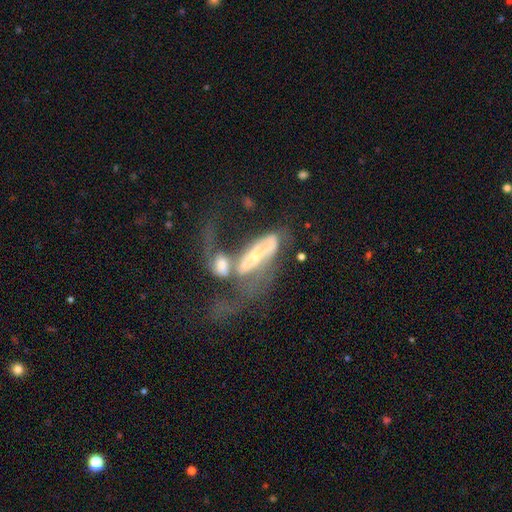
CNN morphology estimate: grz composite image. It shows a featured or disk galaxy (64%) with no bar (60%), spiral arms (55%) and a small central bulge (47%). Merging: merger (67%).